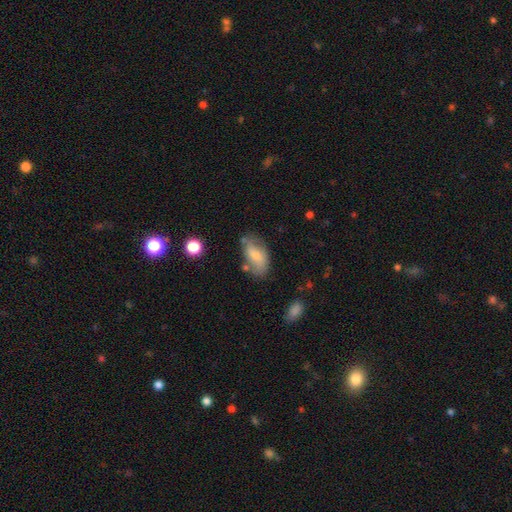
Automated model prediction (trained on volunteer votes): Q: Smooth or featured?
A: smooth (66%); runner-up: featured or disk (26%)
Q: How rounded?
A: in between (92%); runner-up: cigar-shaped (4%)
Q: Merging?
A: none (61%); runner-up: minor disturbance (24%)